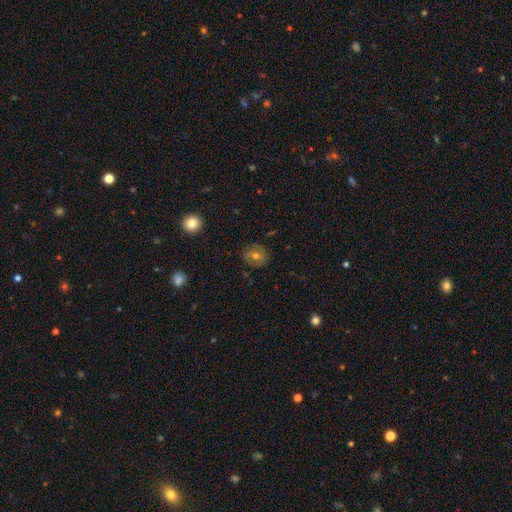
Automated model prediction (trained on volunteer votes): Q: Smooth or featured?
A: smooth (46%); runner-up: featured or disk (43%)
Q: Merging?
A: none (84%); runner-up: minor disturbance (11%)